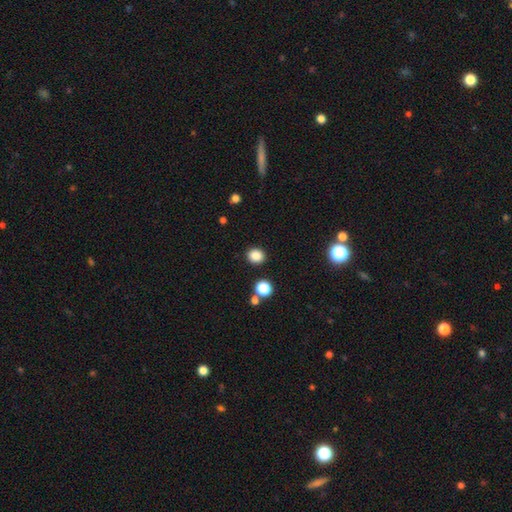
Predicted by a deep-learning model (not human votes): This appears to be a smooth galaxy with no disk features (85%) that is round (74%). Merging: none (88%).